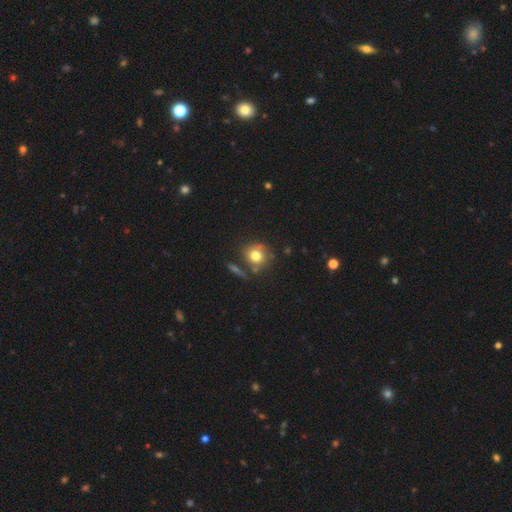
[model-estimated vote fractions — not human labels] smooth 74%, featured or disk 14%, star or artifact 11%. Down the decision tree: how rounded — round (83%); merging — none (67%).